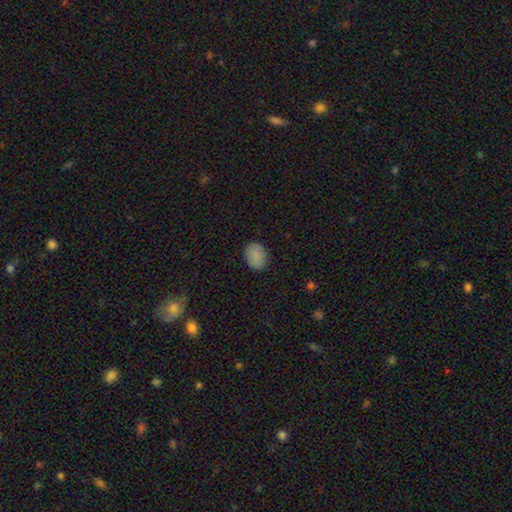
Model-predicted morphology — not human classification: A smooth galaxy with no disk features (87%) that is in between round and cigar-shaped (59%).

Vote fractions:
- Smooth or featured? smooth: 87% / star or artifact: 8% / featured or disk: 5%
- How rounded? in between: 59% / round: 40% / cigar-shaped: 1%
- Merging? none: 85% / minor disturbance: 11% / major disturbance: 2% / merger: 1%